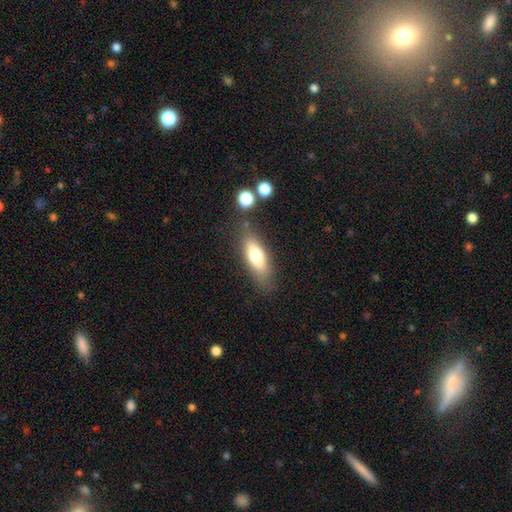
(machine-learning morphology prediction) Smooth or featured? smooth (70%)
How rounded? in between (67%)
Merging? none (75%)